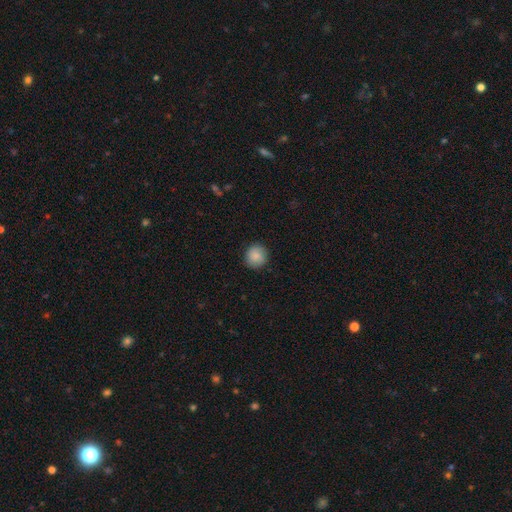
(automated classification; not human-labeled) Smooth or featured?
  - smooth: 88% *
  - star or artifact: 8%
  - featured or disk: 4%
How rounded?
  - round: 94% *
  - in between: 5%
  - cigar-shaped: 1%
Merging?
  - none: 91% *
  - minor disturbance: 7%
  - major disturbance: 2%
  - merger: 1%